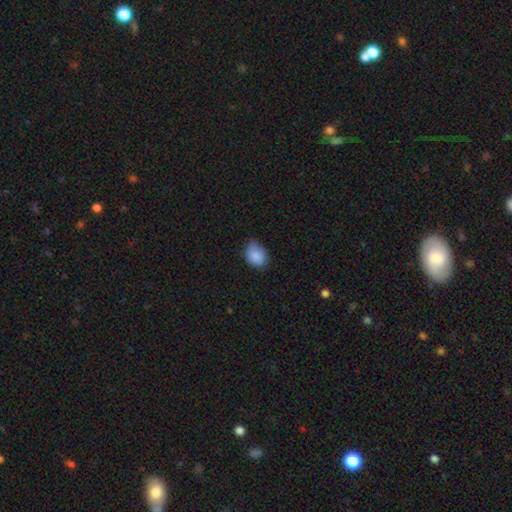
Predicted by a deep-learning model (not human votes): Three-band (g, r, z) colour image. It shows a smooth galaxy with no disk features (85%) that is in between round and cigar-shaped (65%). Merging: none (55%).